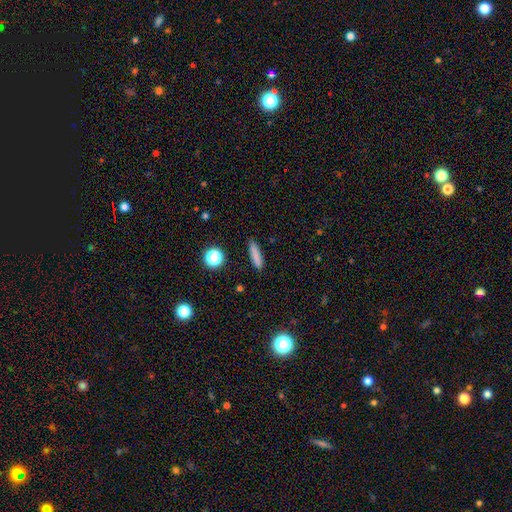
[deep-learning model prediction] Smooth or featured? smooth (82%)
How rounded? cigar-shaped (80%)
Merging? none (88%)